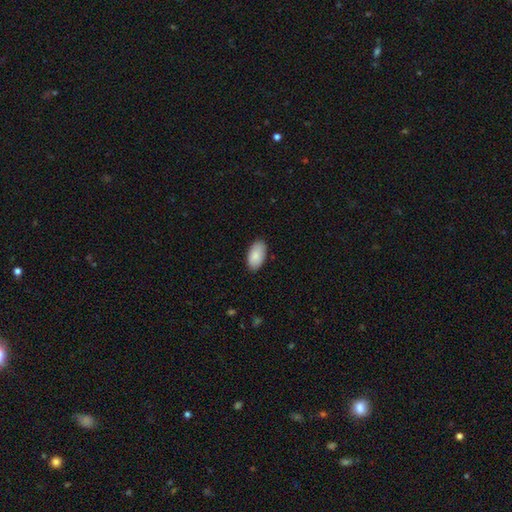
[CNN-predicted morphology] smooth_or_featured: smooth (p=0.87) [alt: featured or disk p=0.07]
how_rounded: in between (p=0.96) [alt: round p=0.03]
merging: none (p=0.87) [alt: minor disturbance p=0.10]